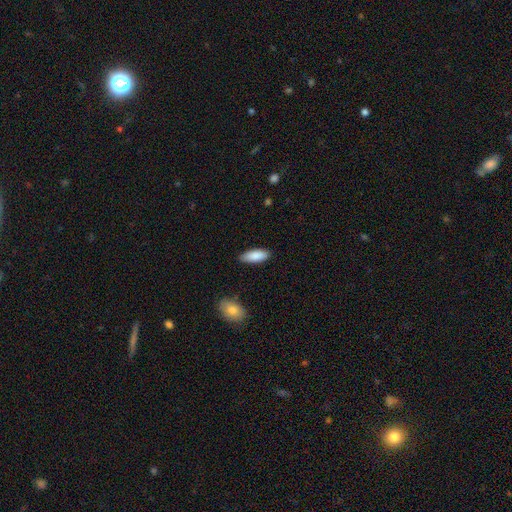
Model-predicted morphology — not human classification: smooth_or_featured: smooth (p=0.88) [alt: featured or disk p=0.07]
how_rounded: in between (p=0.76) [alt: cigar-shaped p=0.22]
merging: none (p=0.86) [alt: minor disturbance p=0.10]